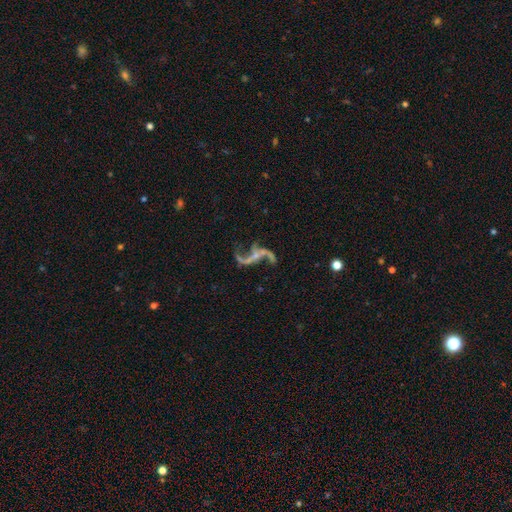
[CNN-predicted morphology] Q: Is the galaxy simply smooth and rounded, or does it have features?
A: featured or disk — 82%.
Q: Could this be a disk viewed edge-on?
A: no — 95%.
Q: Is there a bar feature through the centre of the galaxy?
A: no — 55%.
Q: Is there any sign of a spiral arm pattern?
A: yes — 86%.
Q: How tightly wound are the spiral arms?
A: loose — 92%.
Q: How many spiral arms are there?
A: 2 — 80%.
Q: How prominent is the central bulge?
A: small — 56%.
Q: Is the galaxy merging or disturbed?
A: none — 43%.